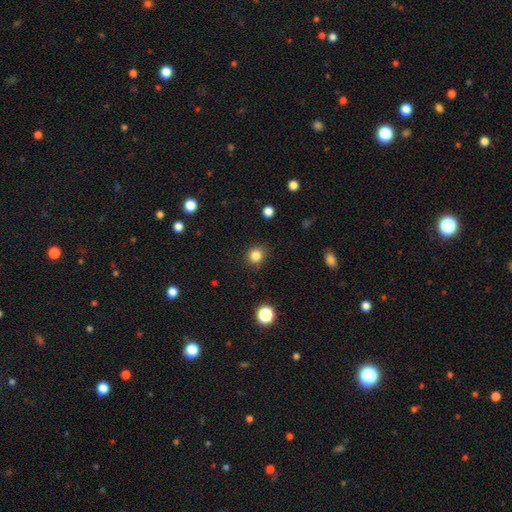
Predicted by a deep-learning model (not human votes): A smooth galaxy with no disk features (83%) that is round (81%).

Vote fractions:
- Smooth or featured? smooth: 83% / star or artifact: 12% / featured or disk: 4%
- How rounded? round: 81% / in between: 18% / cigar-shaped: 1%
- Merging? none: 89% / minor disturbance: 8% / major disturbance: 2% / merger: 1%